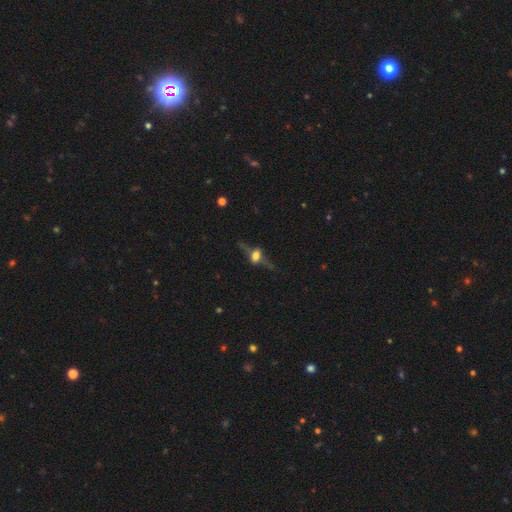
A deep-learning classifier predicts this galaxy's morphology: smooth-or-featured: featured or disk: 68% | smooth: 19% | star or artifact: 13%
  disk-edge-on: yes: 83% | no: 17%
    edge-on-bulge: rounded: 93% | boxy: 5% | none: 2%
  merging: none: 69% | minor disturbance: 16% | major disturbance: 13% | merger: 3%